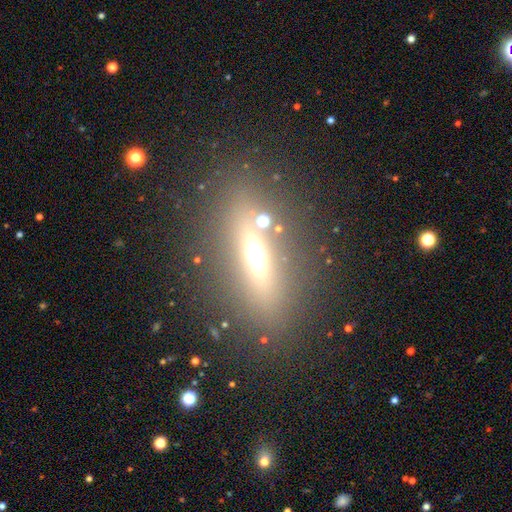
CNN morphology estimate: This is marginally a featured or disk galaxy (39%). Merging: likely none (76%).